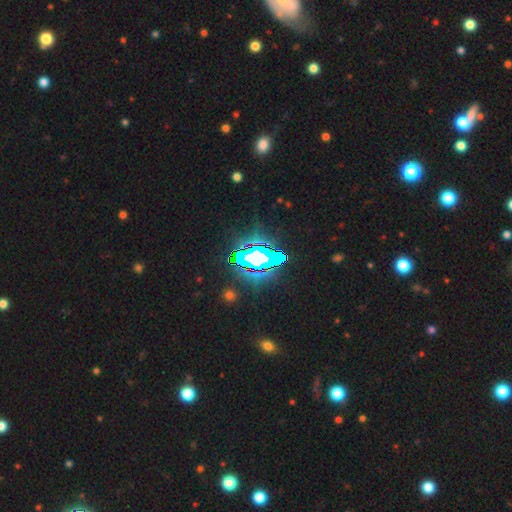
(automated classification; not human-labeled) This is likely a star or artifact rather than a galaxy (68%).